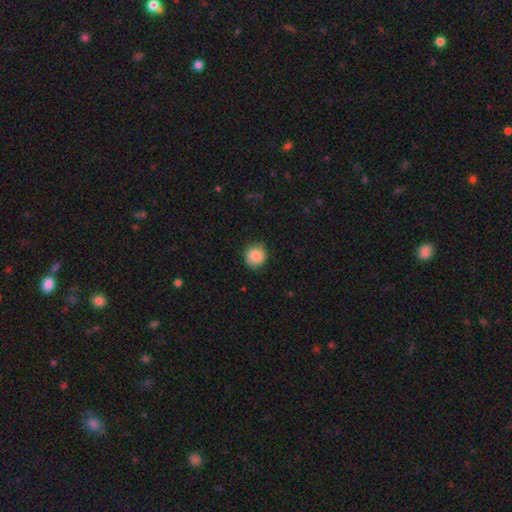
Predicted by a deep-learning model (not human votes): Smooth or featured: smooth — 85% (star or artifact — 8%)
How rounded: round — 89% (in between — 10%)
Merging: none — 79% (minor disturbance — 17%)